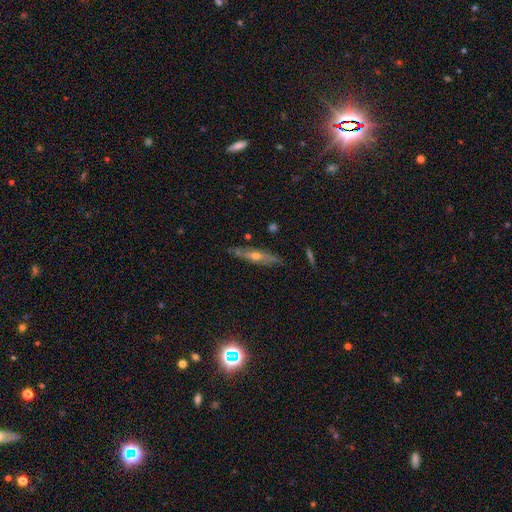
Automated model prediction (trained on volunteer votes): Overall: featured or disk (65%). Edge-on disk: yes (80%). Edge-on bulge: rounded (85%). Merging: none (82%).